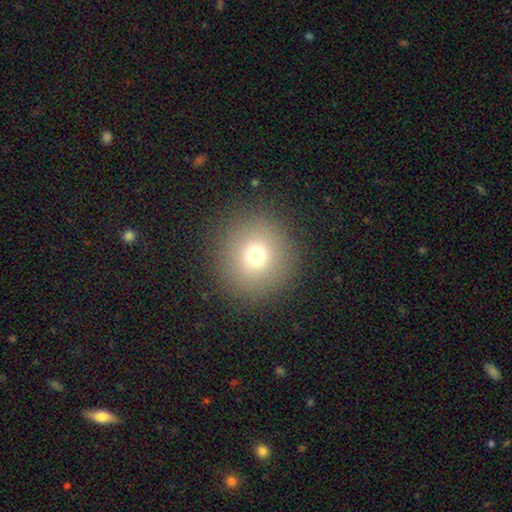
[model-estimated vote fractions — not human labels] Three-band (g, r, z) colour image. It shows a smooth galaxy with no disk features (72%) that is round (94%). Merging: none (90%).